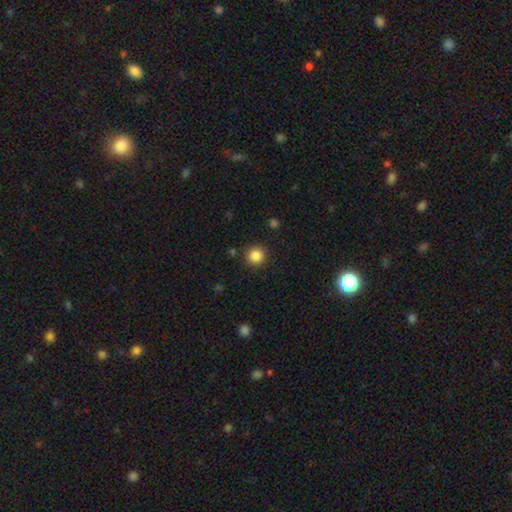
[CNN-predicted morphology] Overall: smooth (86%). How rounded: round (94%). Merging: none (90%).